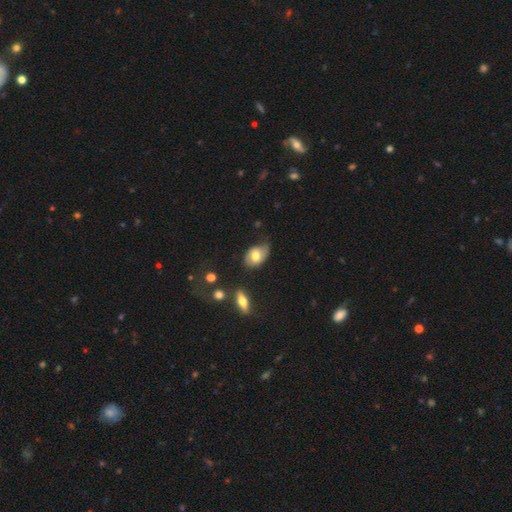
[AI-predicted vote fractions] Smooth or featured?
  - smooth: 64% *
  - featured or disk: 29%
  - star or artifact: 7%
How rounded?
  - in between: 86% *
  - round: 12%
  - cigar-shaped: 2%
Merging?
  - none: 56% *
  - minor disturbance: 33%
  - major disturbance: 8%
  - merger: 3%